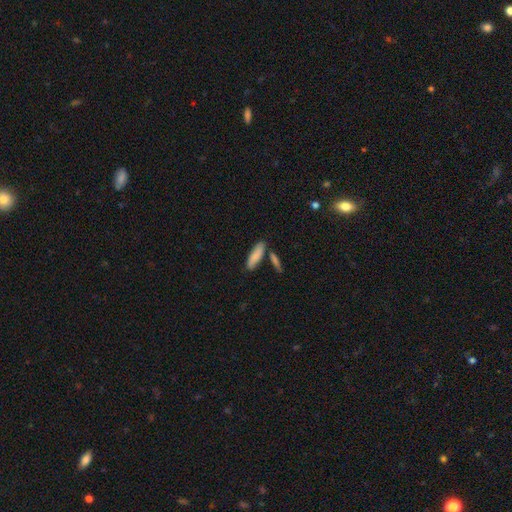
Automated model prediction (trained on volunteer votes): This is clearly a smooth galaxy (82%). How rounded: possibly cigar-shaped (55%). Merging: likely none (73%).